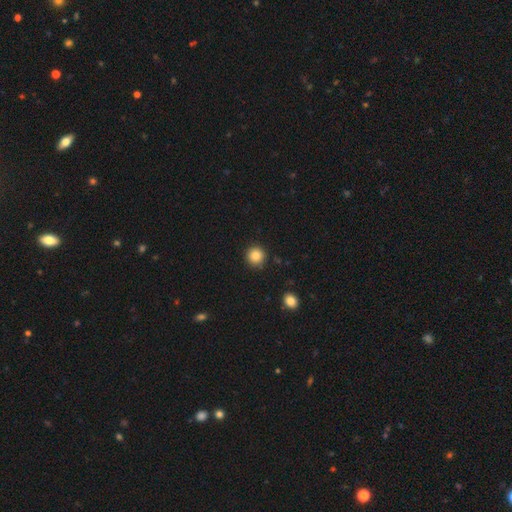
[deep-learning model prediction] Smooth or featured: smooth — 86% (star or artifact — 10%)
How rounded: round — 94% (in between — 5%)
Merging: none — 90% (minor disturbance — 6%)